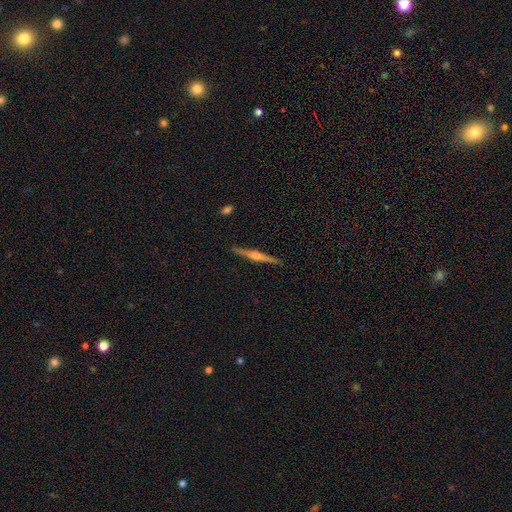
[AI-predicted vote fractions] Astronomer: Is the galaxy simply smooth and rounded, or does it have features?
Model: featured or disk — 81%.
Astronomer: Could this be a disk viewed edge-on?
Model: yes — 98%.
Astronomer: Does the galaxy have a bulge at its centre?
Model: rounded — 84%.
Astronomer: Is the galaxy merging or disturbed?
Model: none — 92%.